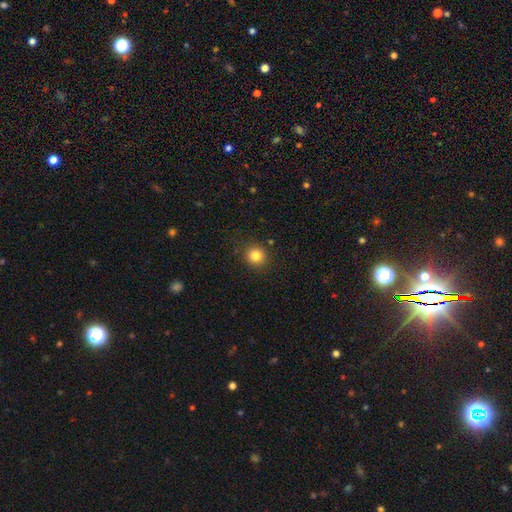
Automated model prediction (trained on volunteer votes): smooth-or-featured: smooth: 83% | star or artifact: 12% | featured or disk: 5%
  how-rounded: round: 88% | in between: 11% | cigar-shaped: 1%
  merging: none: 87% | minor disturbance: 8% | major disturbance: 3% | merger: 2%